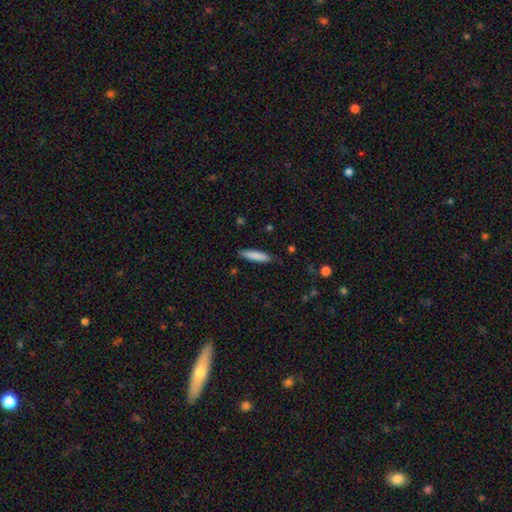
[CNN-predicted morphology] The model was most divided on "how rounded": cigar-shaped: 83%, in between: 16%, round: 1%. More confident: merging — none (88%); smooth or featured — smooth (84%).